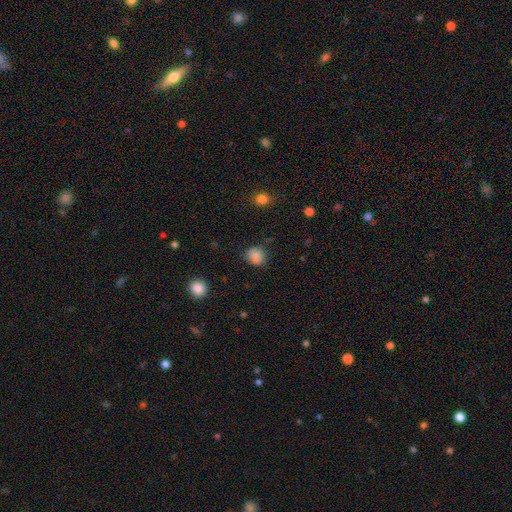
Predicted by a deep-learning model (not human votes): smooth_or_featured: smooth (p=0.84) [alt: star or artifact p=0.10]
how_rounded: round (p=0.79) [alt: in between p=0.20]
merging: none (p=0.77) [alt: minor disturbance p=0.17]